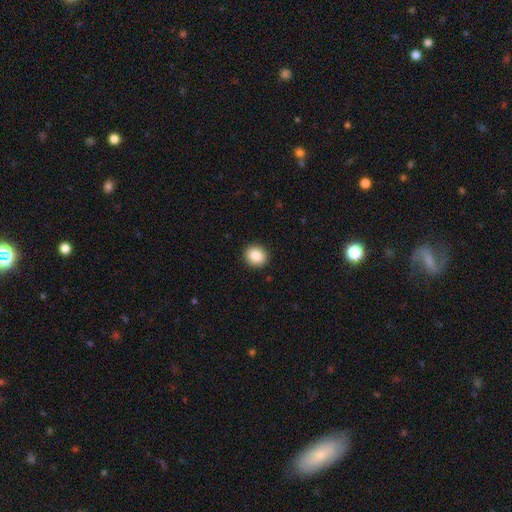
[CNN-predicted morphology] The model was most divided on "how rounded": round: 81%, in between: 18%, cigar-shaped: 1%. More confident: merging — none (92%); smooth or featured — smooth (88%).